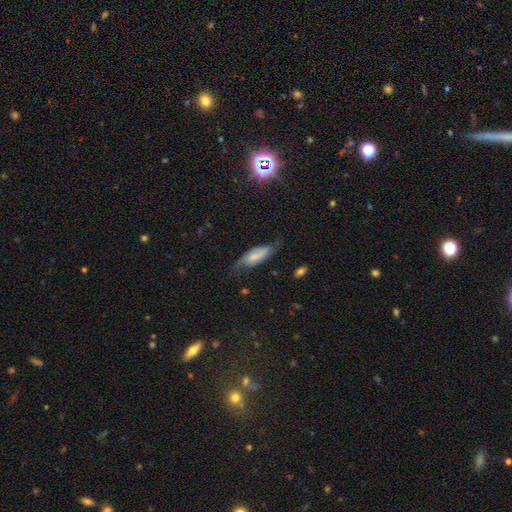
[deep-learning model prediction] Q: Smooth or featured?
A: featured or disk (50%); runner-up: smooth (41%)
Q: Edge-on disk?
A: no (80%); runner-up: yes (20%)
Q: Merging?
A: none (56%); runner-up: minor disturbance (30%)